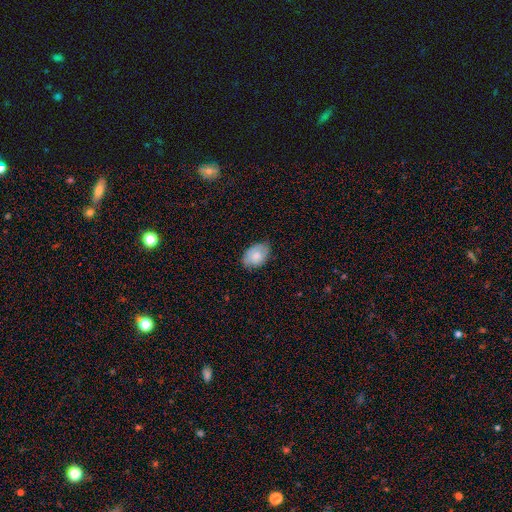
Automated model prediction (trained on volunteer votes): The model was most divided on "smooth or featured": smooth: 70%, featured or disk: 24%, star or artifact: 7%. More confident: how rounded — in between (85%); merging — none (72%).